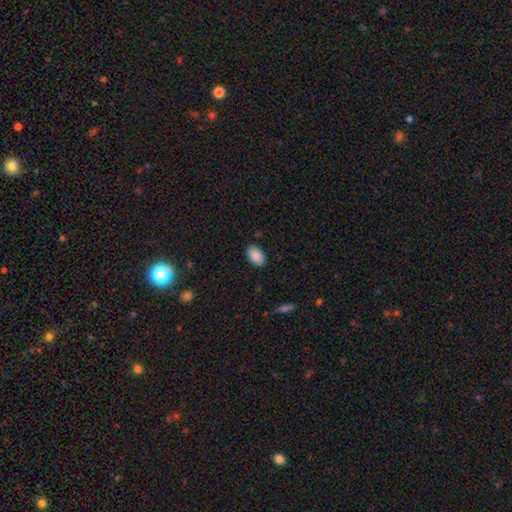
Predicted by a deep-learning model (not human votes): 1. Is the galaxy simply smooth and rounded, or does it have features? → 89% smooth, 7% star or artifact, 4% featured or disk.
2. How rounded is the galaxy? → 90% in between, 9% round, 1% cigar-shaped.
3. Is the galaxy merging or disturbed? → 87% none, 10% minor disturbance, 2% major disturbance, 1% merger.